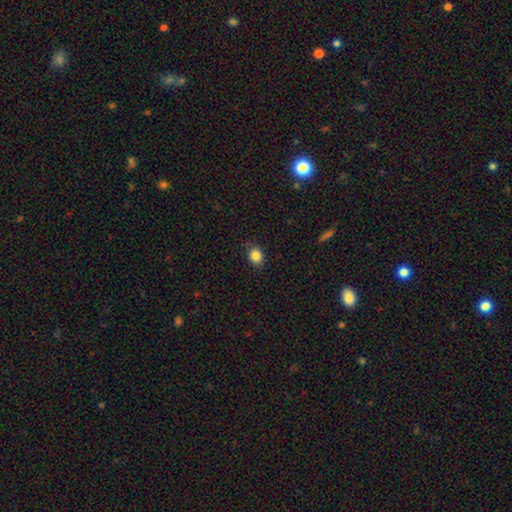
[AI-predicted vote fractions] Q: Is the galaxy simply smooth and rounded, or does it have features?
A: smooth — 84%.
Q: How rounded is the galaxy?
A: in between — 52%.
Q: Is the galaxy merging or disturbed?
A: none — 81%.